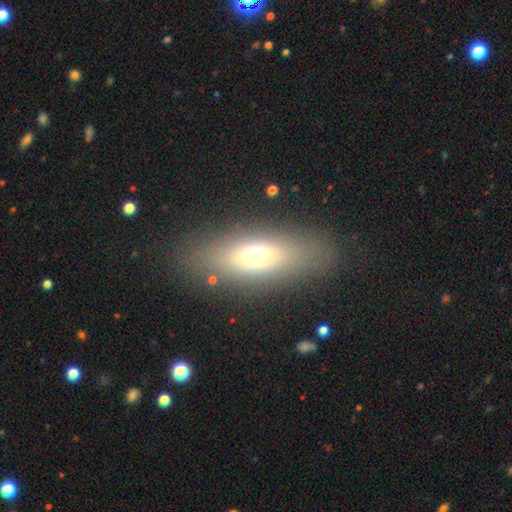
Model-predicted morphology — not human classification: Q: Smooth or featured?
A: smooth (61%); runner-up: featured or disk (28%)
Q: How rounded?
A: in between (66%); runner-up: cigar-shaped (29%)
Q: Merging?
A: none (82%); runner-up: minor disturbance (11%)